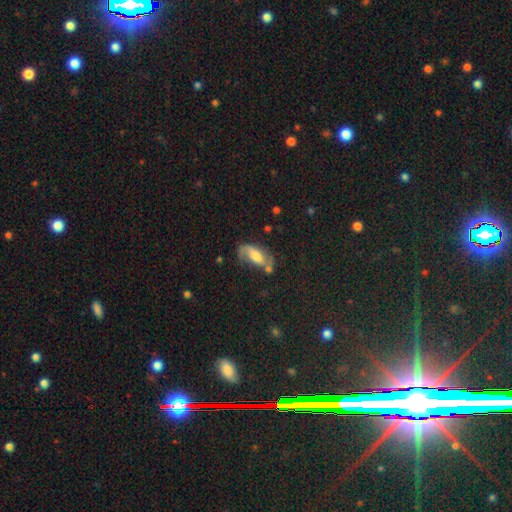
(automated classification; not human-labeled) Morphology: type=featured or disk (58%); edge-on=no (90%); bar=no (42%); spiral arms=yes (85%); bulge=moderate (43%); merging=none (50%).